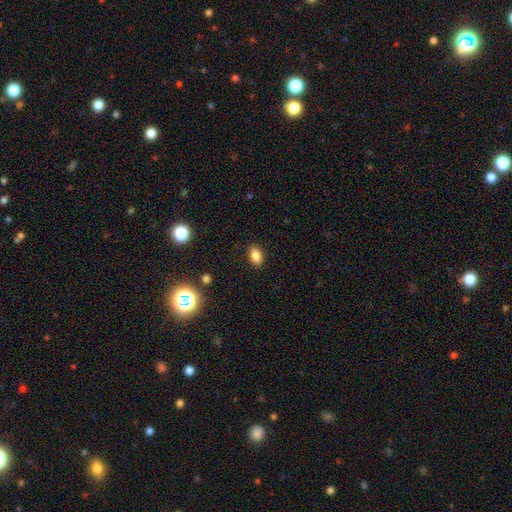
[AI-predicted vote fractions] Overall: smooth (84%). How rounded: in between (84%). Merging: none (88%).